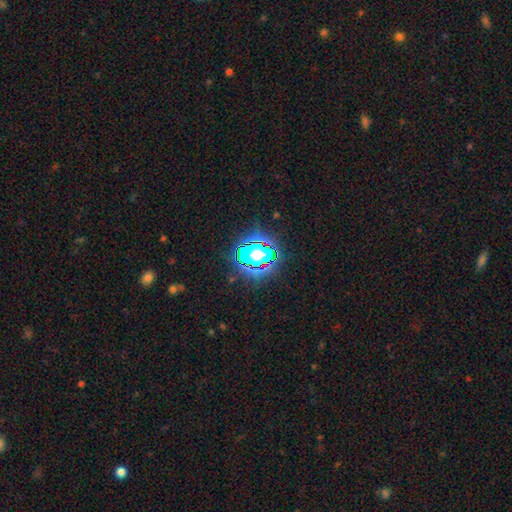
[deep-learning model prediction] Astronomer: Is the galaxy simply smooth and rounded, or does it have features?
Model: star or artifact — 74%.